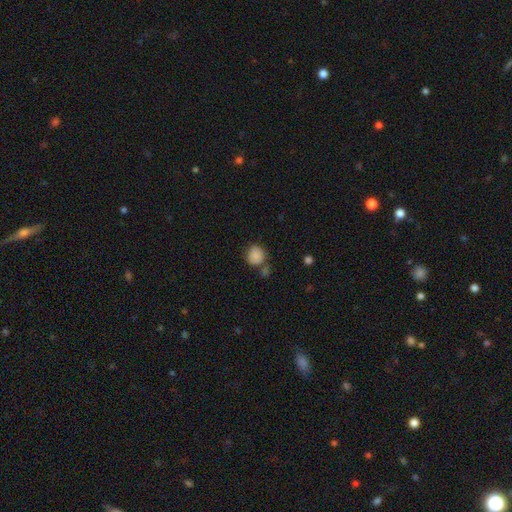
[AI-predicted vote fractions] Smooth or featured: smooth — 86% (star or artifact — 8%)
How rounded: round — 83% (in between — 16%)
Merging: none — 61% (merger — 18%)